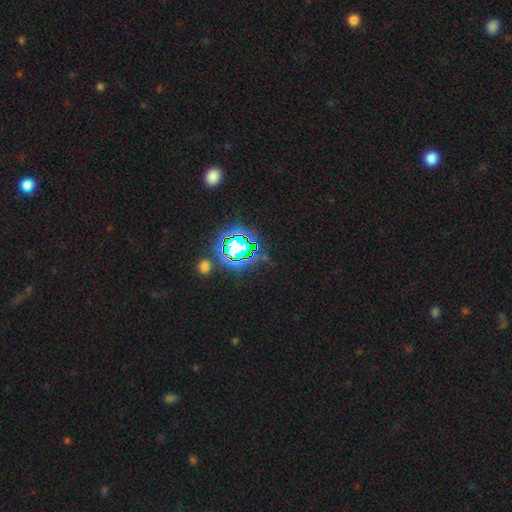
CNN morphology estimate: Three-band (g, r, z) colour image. It shows a star or artifact, not a galaxy (80%).